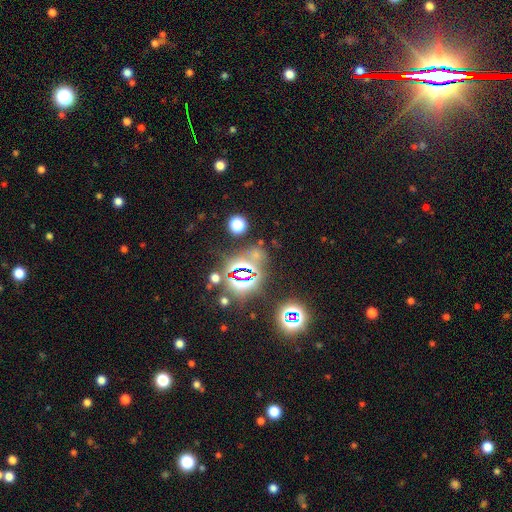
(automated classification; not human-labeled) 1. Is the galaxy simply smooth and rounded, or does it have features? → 71% star or artifact, 21% smooth, 8% featured or disk.